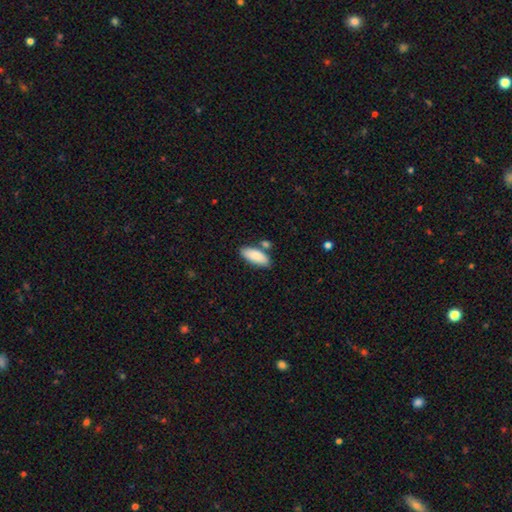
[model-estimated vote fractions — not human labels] This appears to be a smooth galaxy with no disk features (87%) that is in between round and cigar-shaped (81%). Merging: none (72%).